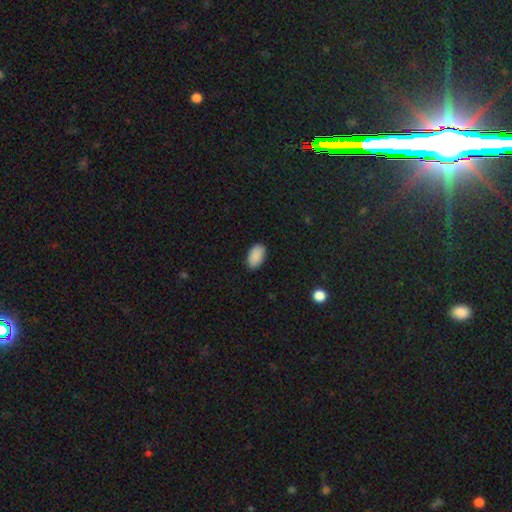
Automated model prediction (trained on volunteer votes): smooth-or-featured: smooth: 90% | star or artifact: 7% | featured or disk: 3%
  how-rounded: in between: 95% | round: 4% | cigar-shaped: 1%
  merging: none: 88% | minor disturbance: 9% | major disturbance: 2% | merger: 1%